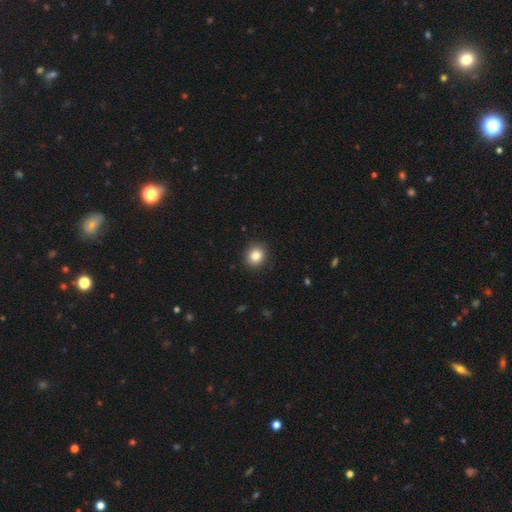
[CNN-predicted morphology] Smooth or featured? Predicted: smooth (p=0.84). How rounded? Predicted: round (p=0.80). Merging? Predicted: none (p=0.91).